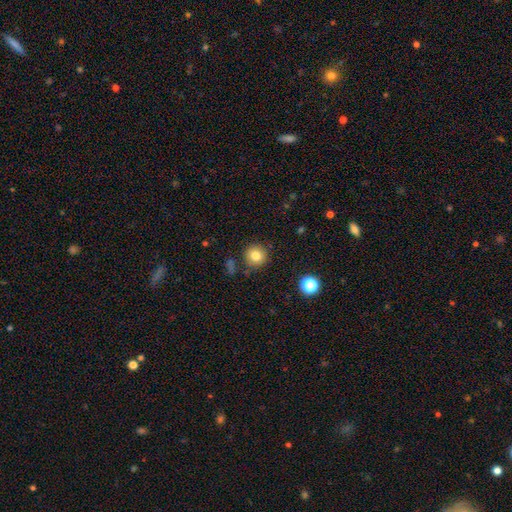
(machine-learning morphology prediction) smooth 81%, star or artifact 12%, featured or disk 8%. Down the decision tree: how rounded — round (93%); merging — none (84%).